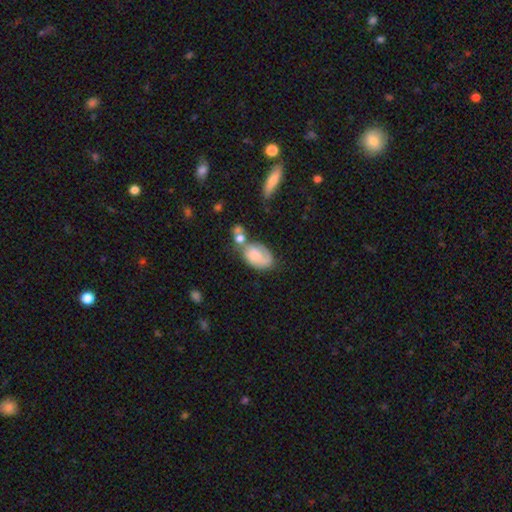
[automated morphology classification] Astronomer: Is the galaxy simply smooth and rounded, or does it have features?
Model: smooth — 52% (runner-up: featured or disk, 40%).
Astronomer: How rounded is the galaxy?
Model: in between — 88%.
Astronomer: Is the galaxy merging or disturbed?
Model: none — 33% (runner-up: merger, 28%).